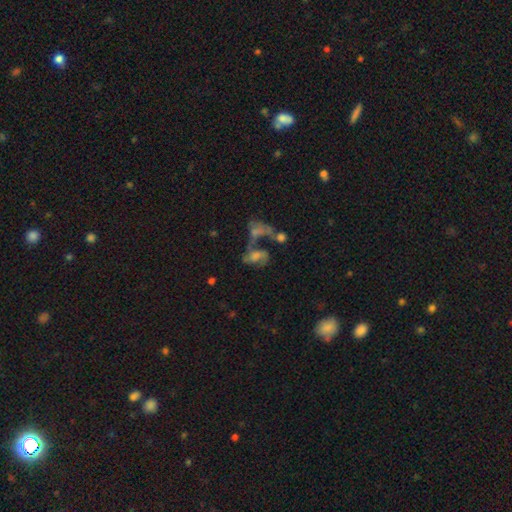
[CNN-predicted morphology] type=featured or disk (56%); edge-on=no (95%); bar=no (64%); spiral arms=yes (73%); bulge=moderate (31%, tied with none); merging=merger (46%).